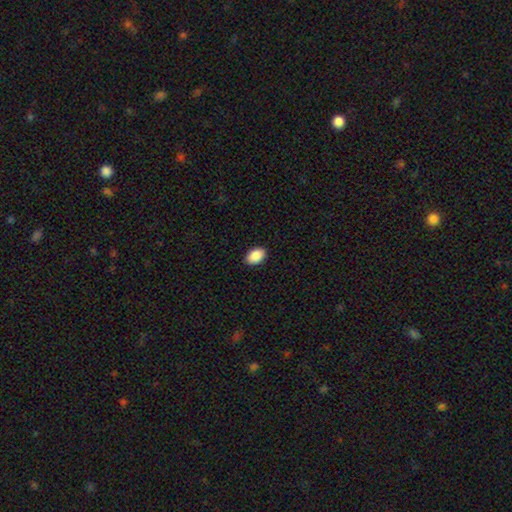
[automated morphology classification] Smooth or featured? Predicted: smooth (p=0.90). How rounded? Predicted: in between (p=0.90). Merging? Predicted: none (p=0.90).